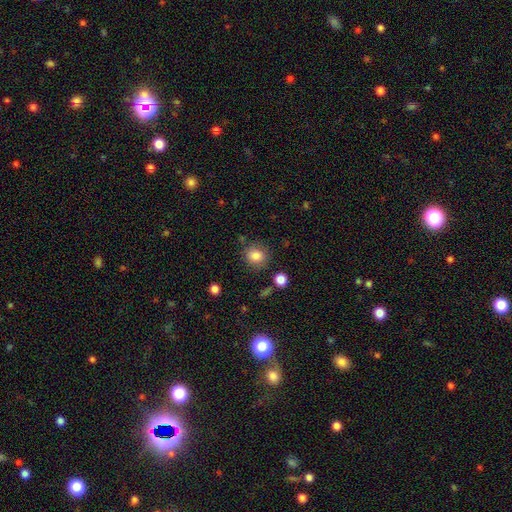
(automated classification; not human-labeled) smooth_or_featured: smooth (p=0.84) [alt: star or artifact p=0.10]
how_rounded: round (p=0.84) [alt: in between p=0.15]
merging: none (p=0.82) [alt: minor disturbance p=0.11]